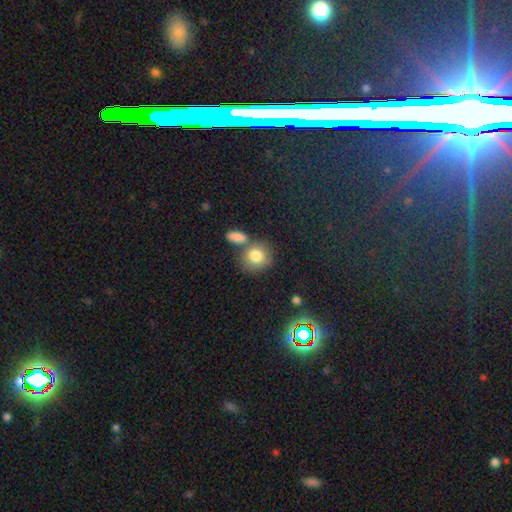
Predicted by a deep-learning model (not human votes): Morphology: type=smooth (81%); roundness=round (77%); merging=none (59%).